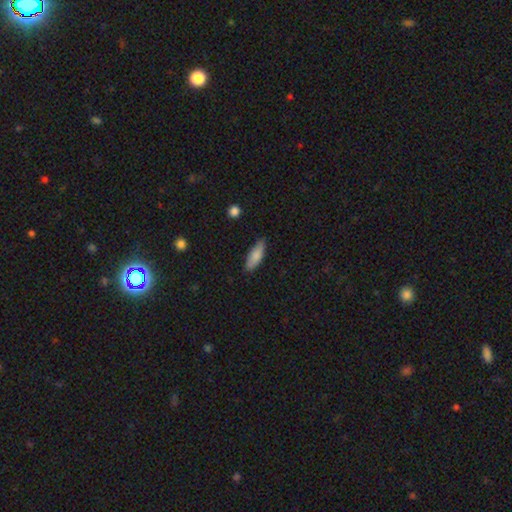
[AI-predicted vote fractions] Morphology: type=smooth (83%); roundness=in between (58%); merging=none (79%).